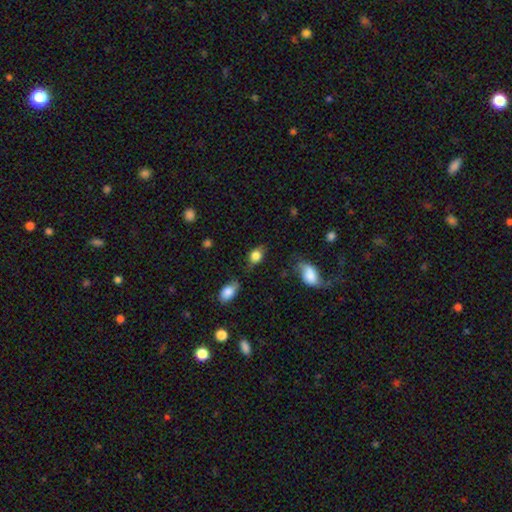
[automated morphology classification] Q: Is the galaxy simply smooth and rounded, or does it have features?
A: smooth — 80%.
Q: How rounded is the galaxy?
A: in between — 73%.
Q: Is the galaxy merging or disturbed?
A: none — 63%.